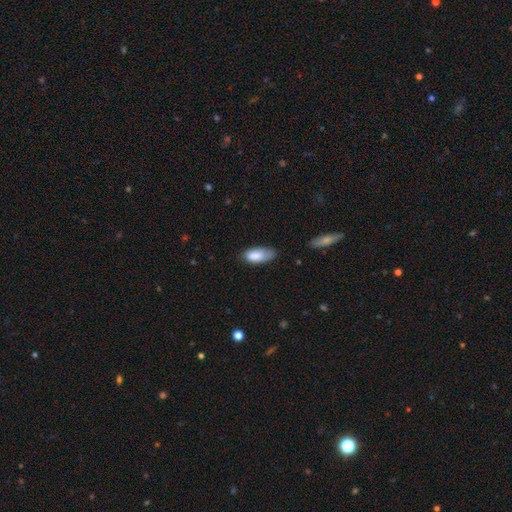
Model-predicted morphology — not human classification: Overall: smooth (84%). How rounded: in between (87%). Merging: none (55%; minor disturbance 34%).